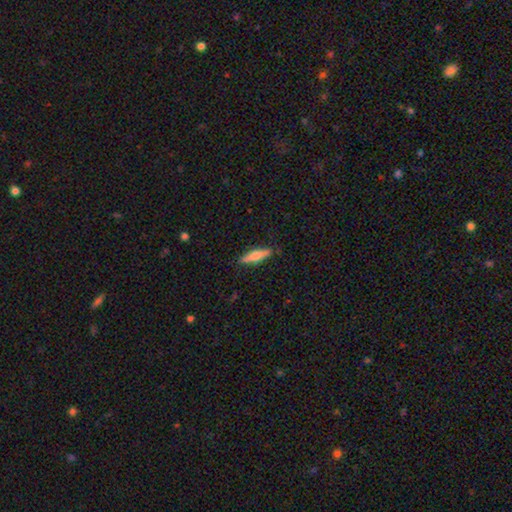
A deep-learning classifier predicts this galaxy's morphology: smooth 60%, featured or disk 34%, star or artifact 6%. Down the decision tree: how rounded — cigar-shaped (80%); merging — none (87%).